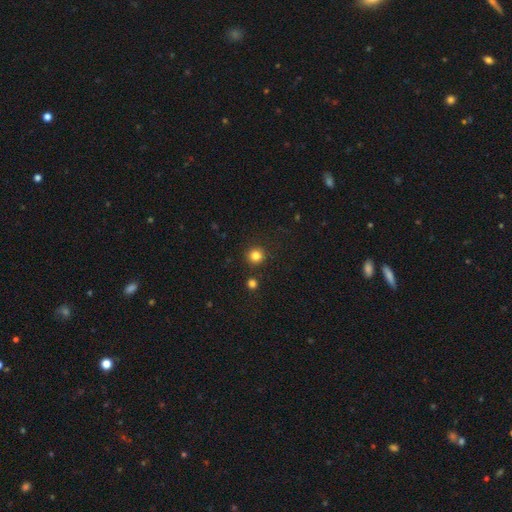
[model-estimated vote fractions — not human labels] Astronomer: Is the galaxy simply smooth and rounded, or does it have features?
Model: smooth — 83%.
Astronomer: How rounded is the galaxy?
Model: round — 94%.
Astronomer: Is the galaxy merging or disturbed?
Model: none — 90%.